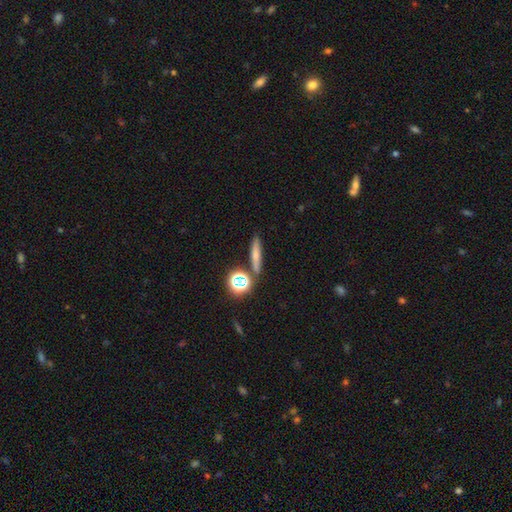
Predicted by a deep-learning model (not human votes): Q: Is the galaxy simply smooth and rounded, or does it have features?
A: smooth — 63%.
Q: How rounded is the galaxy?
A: cigar-shaped — 71%.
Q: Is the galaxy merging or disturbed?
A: none — 81%.